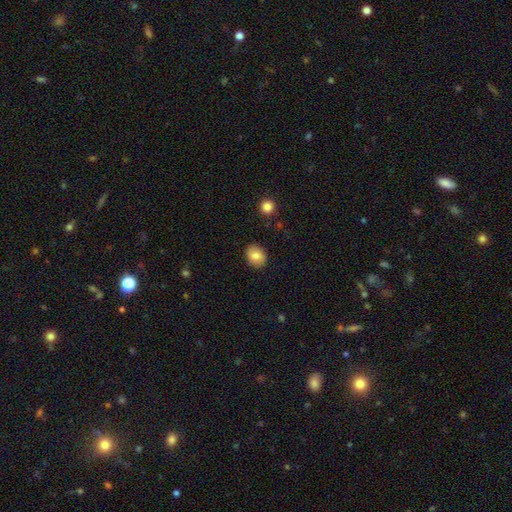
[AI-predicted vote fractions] Q: Smooth or featured?
A: smooth (81%); runner-up: featured or disk (11%)
Q: How rounded?
A: round (52%); runner-up: in between (47%)
Q: Merging?
A: none (88%); runner-up: minor disturbance (9%)